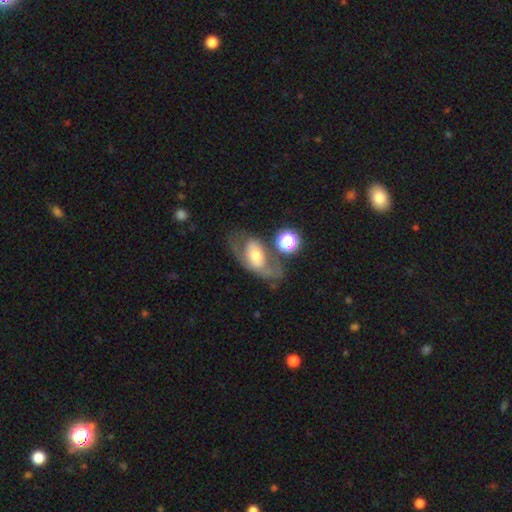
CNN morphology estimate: Smooth or featured? Predicted: featured or disk (p=0.54). Edge-on disk? Predicted: no (p=0.90). Merging? Predicted: none (p=0.42).